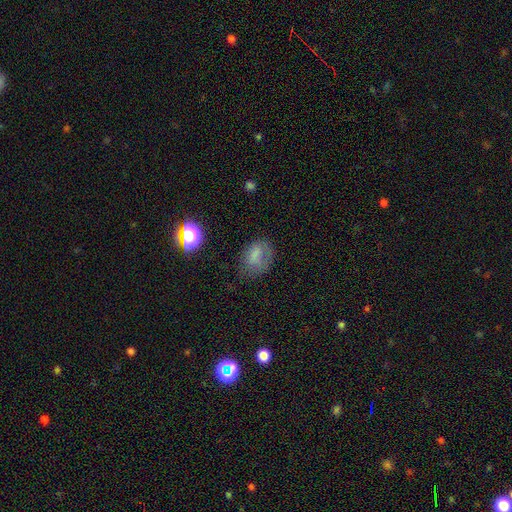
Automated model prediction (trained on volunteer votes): This is likely a smooth galaxy (67%). How rounded: likely in between (64%). Merging: possibly none (50%).